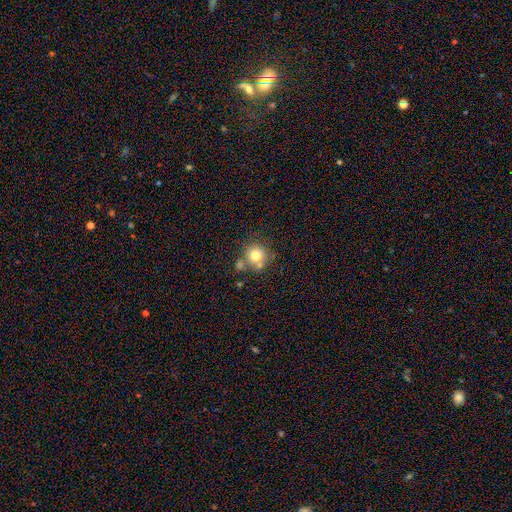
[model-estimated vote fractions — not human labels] This appears to be a smooth galaxy with no disk features (75%) that is round (91%). Merging: none (61%).